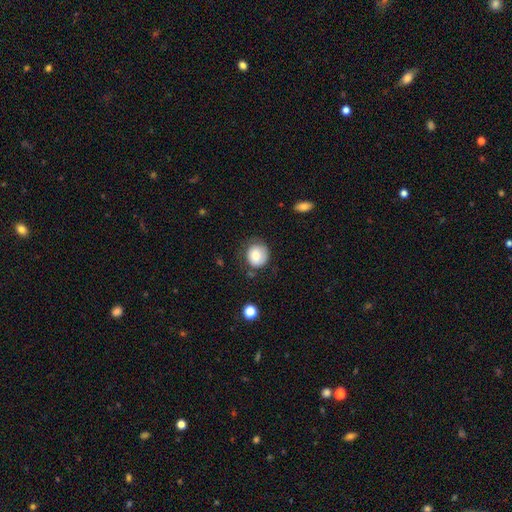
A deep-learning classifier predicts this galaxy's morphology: A smooth galaxy with no disk features (80%) that is round (81%).

Vote fractions:
- Smooth or featured? smooth: 80% / featured or disk: 12% / star or artifact: 8%
- How rounded? round: 81% / in between: 18% / cigar-shaped: 1%
- Merging? none: 66% / minor disturbance: 23% / major disturbance: 8% / merger: 3%